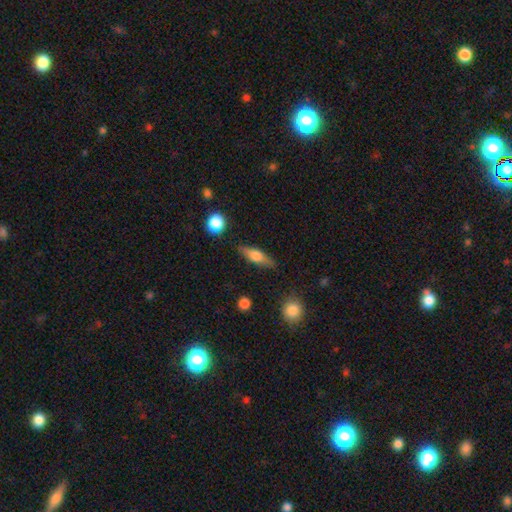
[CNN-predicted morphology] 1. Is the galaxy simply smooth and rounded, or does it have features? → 48% smooth, 45% featured or disk, 7% star or artifact.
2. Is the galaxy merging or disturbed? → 83% none, 12% minor disturbance, 3% major disturbance, 2% merger.